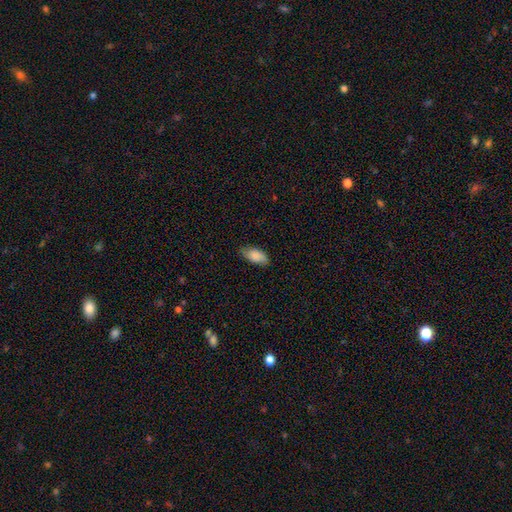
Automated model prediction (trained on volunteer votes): Smooth or featured? smooth (81%)
How rounded? in between (91%)
Merging? none (78%)